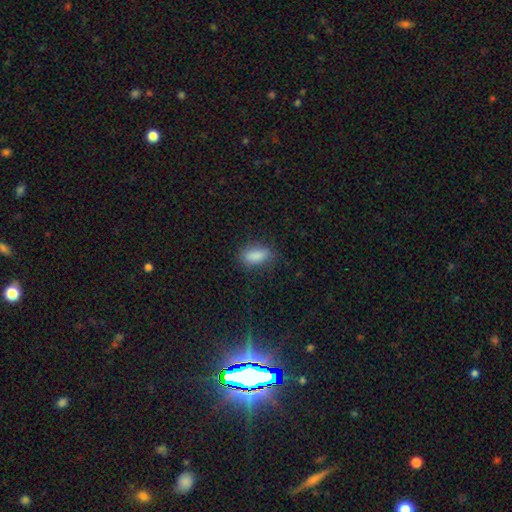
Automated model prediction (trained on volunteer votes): smooth-or-featured: smooth: 86% | star or artifact: 9% | featured or disk: 5%
  how-rounded: in between: 86% | cigar-shaped: 10% | round: 5%
  merging: none: 76% | minor disturbance: 17% | major disturbance: 6% | merger: 1%